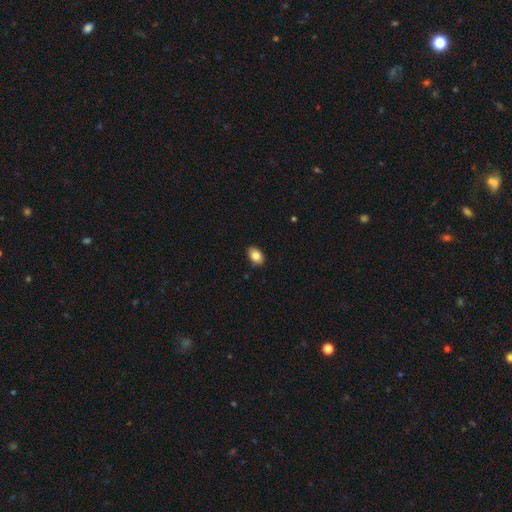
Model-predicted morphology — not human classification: Smooth or featured? smooth (84%)
How rounded? in between (87%)
Merging? none (87%)